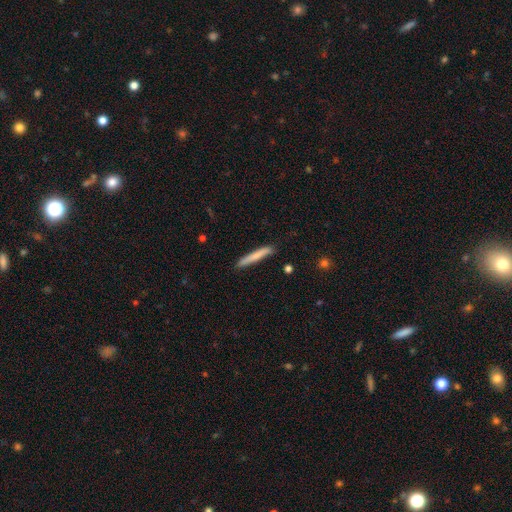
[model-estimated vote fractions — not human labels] Overall: smooth (72%). How rounded: cigar-shaped (96%). Merging: none (86%).